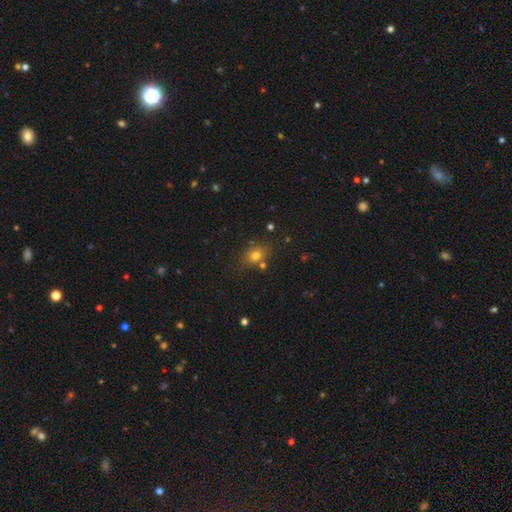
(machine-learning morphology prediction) The model was most divided on "how rounded": in between: 54%, round: 45%, cigar-shaped: 1%. More confident: smooth or featured — smooth (75%); merging — none (71%).